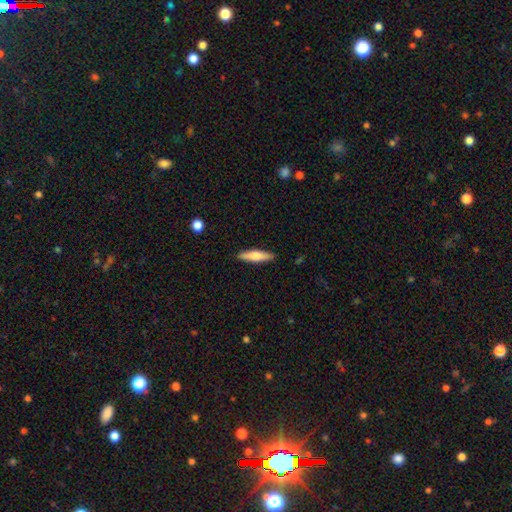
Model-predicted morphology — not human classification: type=smooth (66%); roundness=cigar-shaped (75%); merging=none (89%).